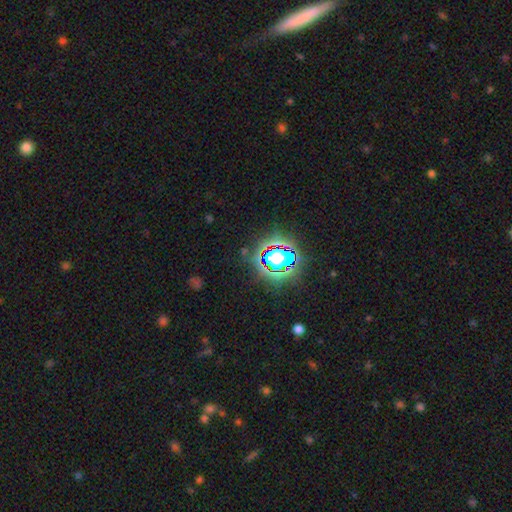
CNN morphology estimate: Smooth or featured?
  - star or artifact: 78% *
  - smooth: 14%
  - featured or disk: 8%